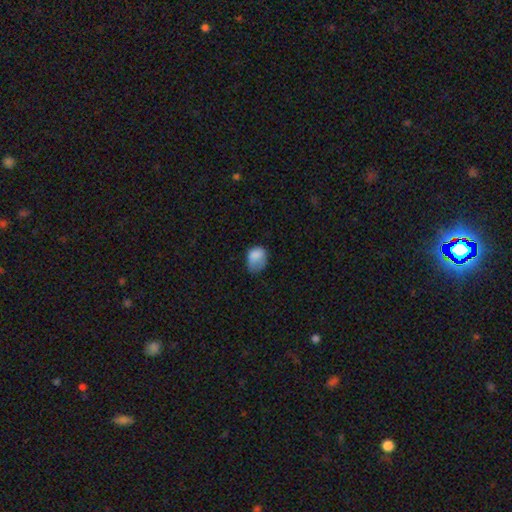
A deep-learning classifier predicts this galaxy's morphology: Smooth or featured? Predicted: smooth (p=0.79). How rounded? Predicted: in between (p=0.67). Merging? Predicted: minor disturbance (p=0.38).